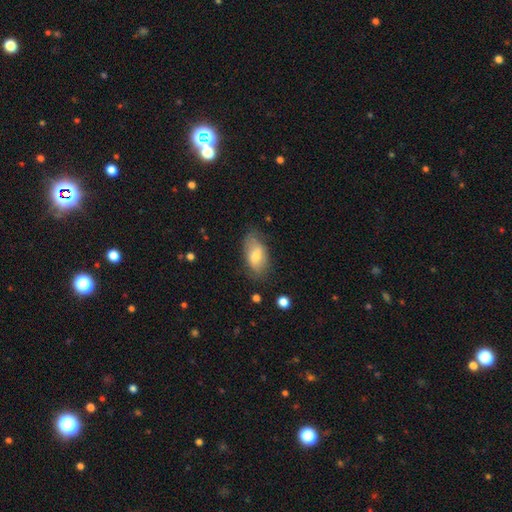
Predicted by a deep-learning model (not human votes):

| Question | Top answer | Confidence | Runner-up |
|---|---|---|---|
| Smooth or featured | smooth | 66% | featured or disk (27%) |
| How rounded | in between | 92% | round (4%) |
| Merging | none | 62% | minor disturbance (27%) |